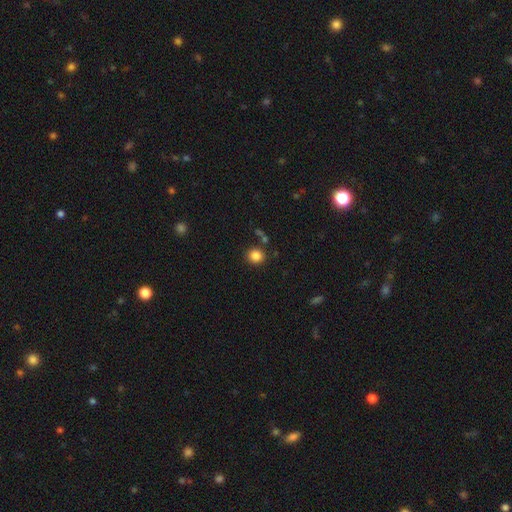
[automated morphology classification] Smooth or featured?
  - smooth: 85% *
  - star or artifact: 11%
  - featured or disk: 4%
How rounded?
  - round: 82% *
  - in between: 17%
  - cigar-shaped: 1%
Merging?
  - none: 84% *
  - minor disturbance: 8%
  - merger: 5%
  - major disturbance: 3%